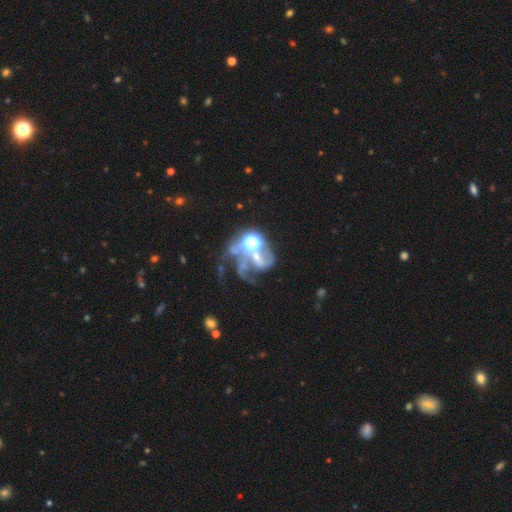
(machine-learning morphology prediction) featured or disk 63%, star or artifact 22%, smooth 14%. Down the decision tree: edge-on disk — no (98%); bar — no (66%); spiral arms — yes (67%); bulge size — moderate (39%); merging — major disturbance (35%).